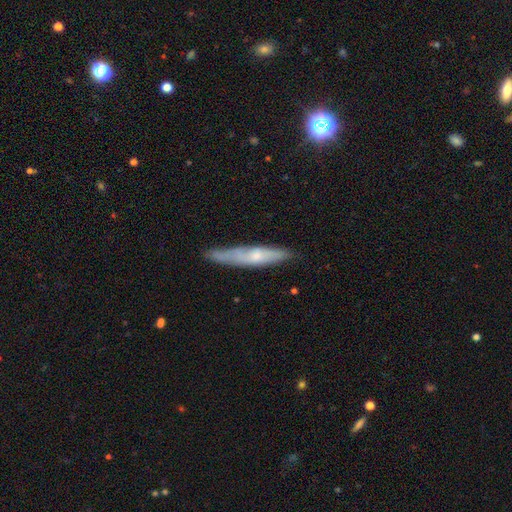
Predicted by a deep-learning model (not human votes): This is possibly a smooth galaxy (48%). Merging: likely none (74%).